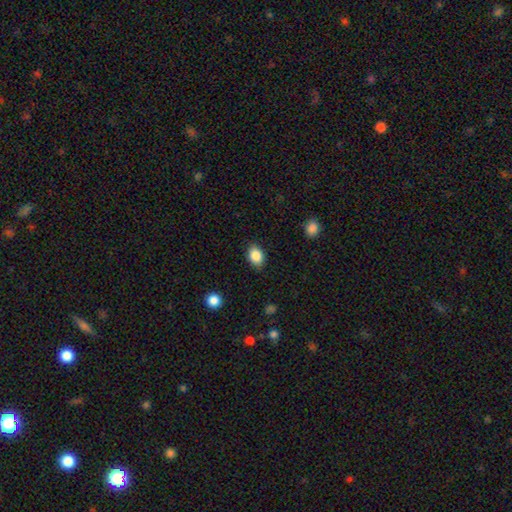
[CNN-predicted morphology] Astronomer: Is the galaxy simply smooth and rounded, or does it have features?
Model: smooth — 86%.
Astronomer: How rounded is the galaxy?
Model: in between — 72%.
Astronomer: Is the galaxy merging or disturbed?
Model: none — 85%.